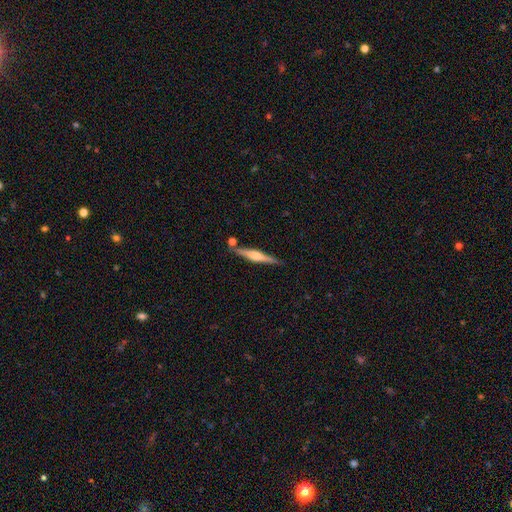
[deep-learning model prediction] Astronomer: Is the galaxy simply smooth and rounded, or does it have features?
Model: featured or disk — 67%.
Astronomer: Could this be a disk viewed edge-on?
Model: yes — 98%.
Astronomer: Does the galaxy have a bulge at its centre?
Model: rounded — 72%.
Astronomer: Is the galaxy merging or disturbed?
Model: none — 82%.